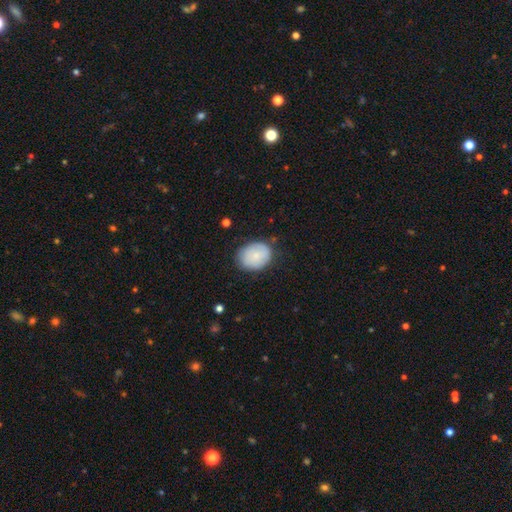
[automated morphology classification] type=smooth (78%); roundness=in between (56%); merging=none (74%).